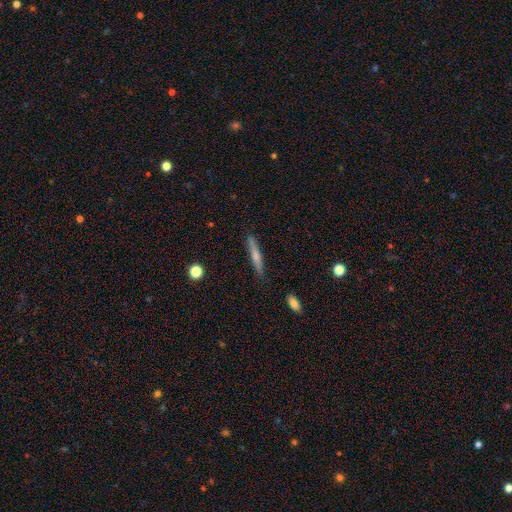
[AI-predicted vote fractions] Smooth or featured?
  - smooth: 53% *
  - featured or disk: 40%
  - star or artifact: 7%
How rounded?
  - cigar-shaped: 93% *
  - in between: 5%
  - round: 2%
Merging?
  - none: 88% *
  - minor disturbance: 9%
  - major disturbance: 2%
  - merger: 1%